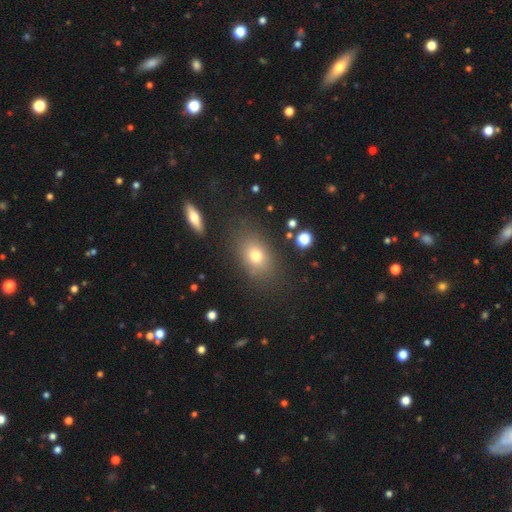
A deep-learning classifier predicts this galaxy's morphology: The model was most divided on "how rounded": in between: 71%, round: 27%, cigar-shaped: 2%. More confident: merging — none (80%); smooth or featured — smooth (74%).